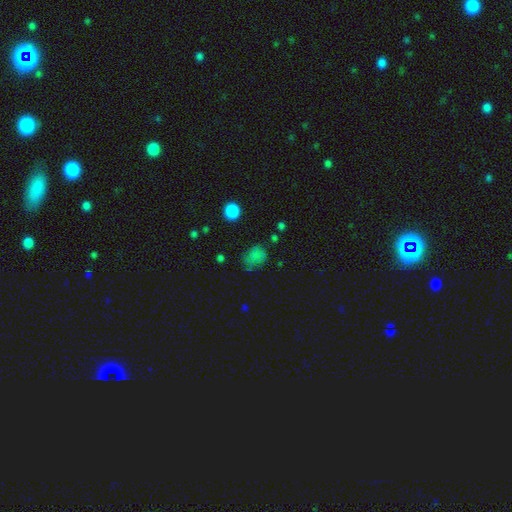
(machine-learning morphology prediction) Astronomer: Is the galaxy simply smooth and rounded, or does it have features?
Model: smooth — 73%.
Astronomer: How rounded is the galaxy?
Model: in between — 54% (runner-up: round, 45%).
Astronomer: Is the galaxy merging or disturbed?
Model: none — 55%.